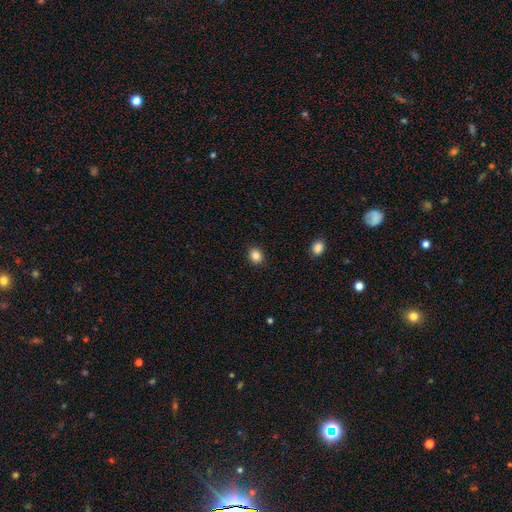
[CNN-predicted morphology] The model was most divided on "how rounded": round: 64%, in between: 35%, cigar-shaped: 1%. More confident: merging — none (90%); smooth or featured — smooth (86%).